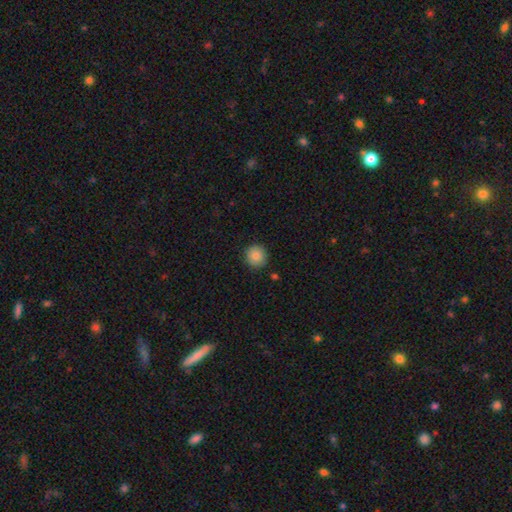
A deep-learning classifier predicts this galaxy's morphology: type=smooth (86%); roundness=round (94%); merging=none (91%).